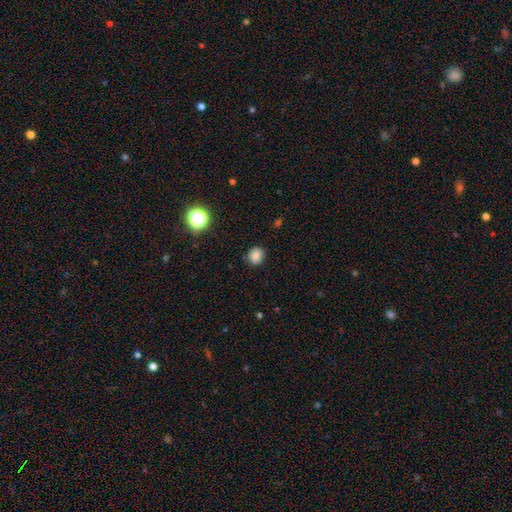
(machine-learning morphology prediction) This appears to be a smooth galaxy with no disk features (82%) that is round (73%). Merging: none (85%).